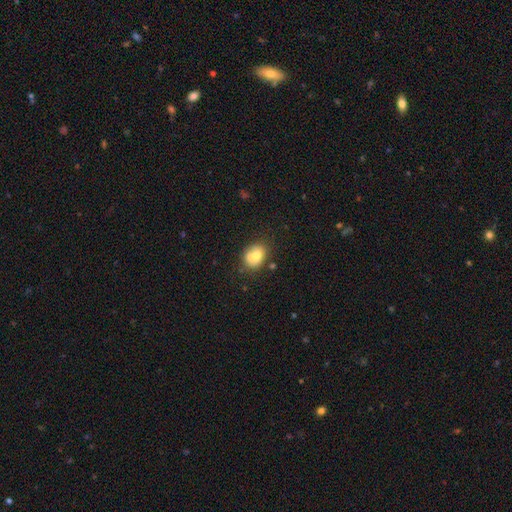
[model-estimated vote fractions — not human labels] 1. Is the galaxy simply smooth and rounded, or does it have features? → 71% smooth, 19% featured or disk, 10% star or artifact.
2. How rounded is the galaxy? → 51% round, 48% in between, 1% cigar-shaped.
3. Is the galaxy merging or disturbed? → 58% none, 21% minor disturbance, 14% merger, 6% major disturbance.